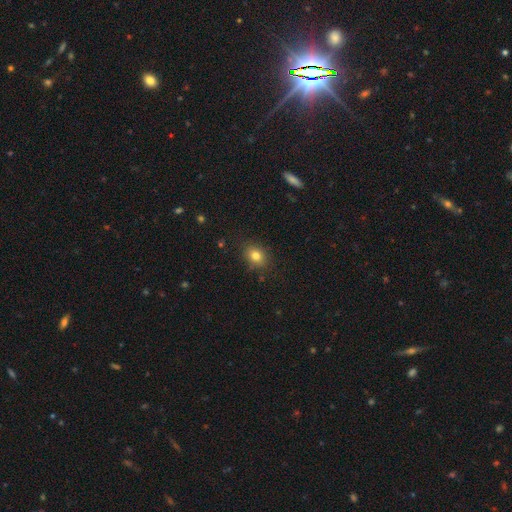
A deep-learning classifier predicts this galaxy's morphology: Overall: smooth (80%). How rounded: in between (56%; round 43%). Merging: none (84%).